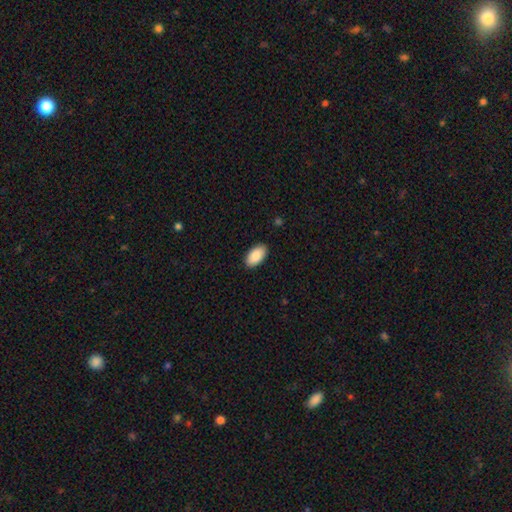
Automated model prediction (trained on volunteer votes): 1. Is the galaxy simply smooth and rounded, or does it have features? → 89% smooth, 6% star or artifact, 5% featured or disk.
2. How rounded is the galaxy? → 96% in between, 3% round, 2% cigar-shaped.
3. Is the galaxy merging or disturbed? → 89% none, 8% minor disturbance, 2% major disturbance, 1% merger.